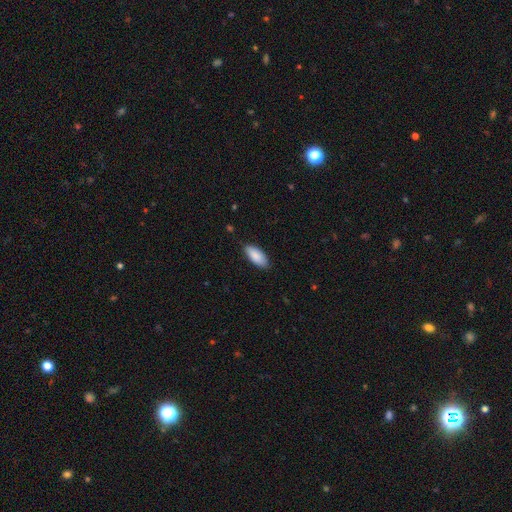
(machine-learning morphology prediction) smooth_or_featured: smooth (p=0.89) [alt: star or artifact p=0.06]
how_rounded: in between (p=0.88) [alt: cigar-shaped p=0.11]
merging: none (p=0.84) [alt: minor disturbance p=0.13]